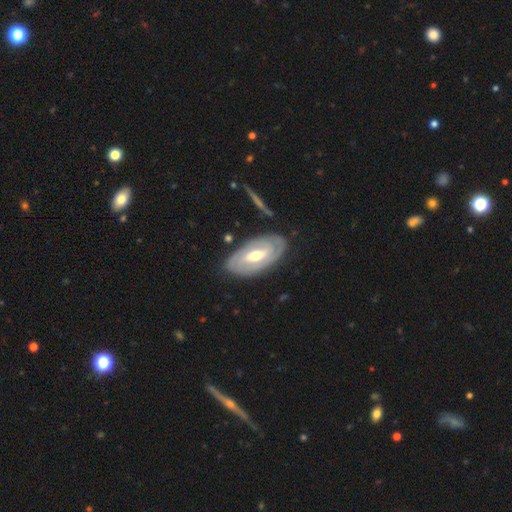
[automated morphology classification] This is likely a featured or disk galaxy (76%). It is clearly not viewed edge-on (91%). Bar: marginally weak (45%). Spiral arm pattern: likely yes (79%). Spiral arm count: possibly 2 (52%). Spiral winding: likely tight (67%). Central bulge: likely moderate (71%). Merging: clearly none (80%).